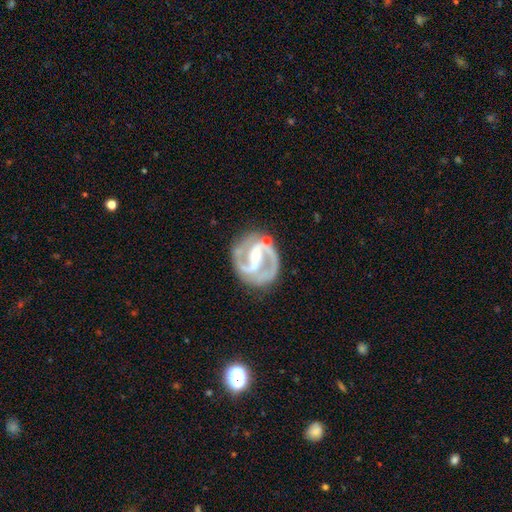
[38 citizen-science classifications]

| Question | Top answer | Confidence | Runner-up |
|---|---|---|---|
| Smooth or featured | featured or disk | 95% | star or artifact (5%) |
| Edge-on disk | no | 100% | — |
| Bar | strong | 75% | weak (14%) |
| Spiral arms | yes | 97% | no (3%) |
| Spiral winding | medium | 69% | tight (31%) |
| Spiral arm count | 2 | 100% | — |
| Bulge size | moderate | 50% | small (47%) |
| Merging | none | 78% | minor disturbance (19%) |